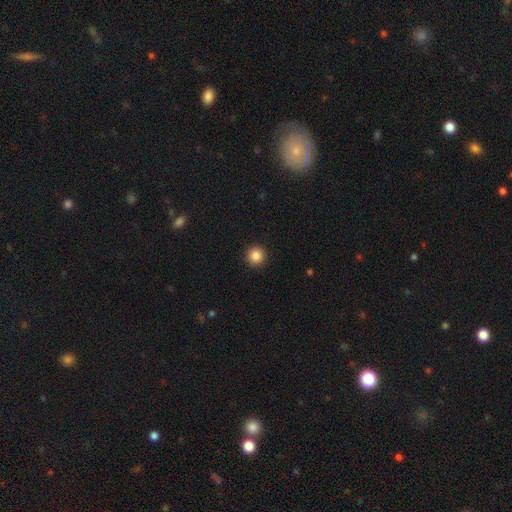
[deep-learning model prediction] Q: Smooth or featured?
A: smooth (86%); runner-up: star or artifact (10%)
Q: How rounded?
A: round (95%); runner-up: in between (4%)
Q: Merging?
A: none (93%); runner-up: minor disturbance (5%)